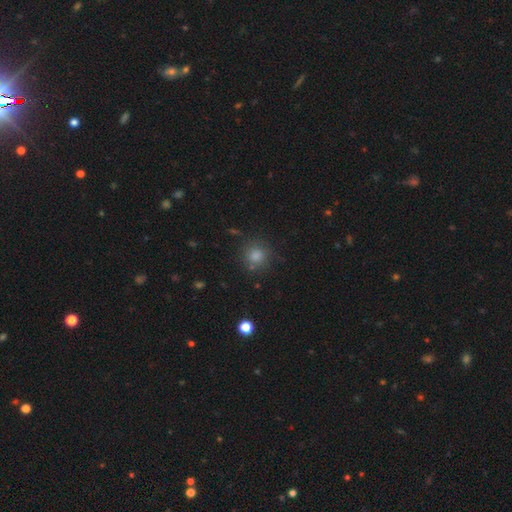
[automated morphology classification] The model was most divided on "smooth or featured": smooth: 77%, star or artifact: 17%, featured or disk: 6%. More confident: how rounded — round (91%); merging — none (82%).